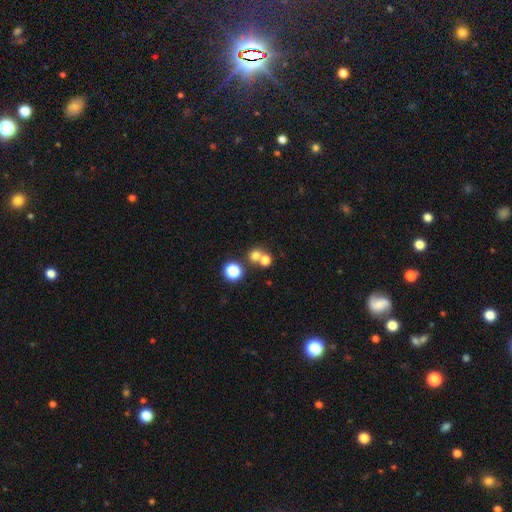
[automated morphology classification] The model was most divided on "merging": none: 50%, merger: 41%, minor disturbance: 6%, major disturbance: 3%. More confident: how rounded — round (86%); smooth or featured — smooth (71%).